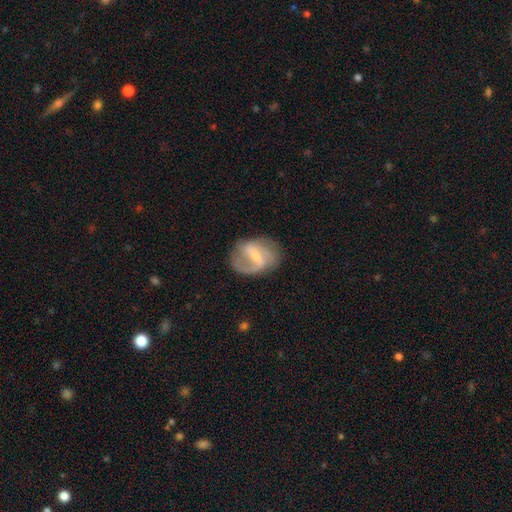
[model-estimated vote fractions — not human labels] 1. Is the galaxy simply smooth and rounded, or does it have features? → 78% featured or disk, 16% smooth, 6% star or artifact.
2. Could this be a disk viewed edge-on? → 97% no, 3% yes.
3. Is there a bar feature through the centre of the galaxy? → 50% weak, 33% strong, 17% no.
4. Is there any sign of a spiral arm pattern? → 91% yes, 9% no.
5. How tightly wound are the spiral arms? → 45% medium, 38% loose, 17% tight.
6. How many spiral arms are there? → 64% 2, 12% can't tell, 11% 1, 9% 3, 2% 4, 2% more than 4.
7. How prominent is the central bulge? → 54% small, 38% moderate, 5% none, 2% large, 1% dominant.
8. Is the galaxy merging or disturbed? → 64% none, 21% minor disturbance, 13% major disturbance, 2% merger.